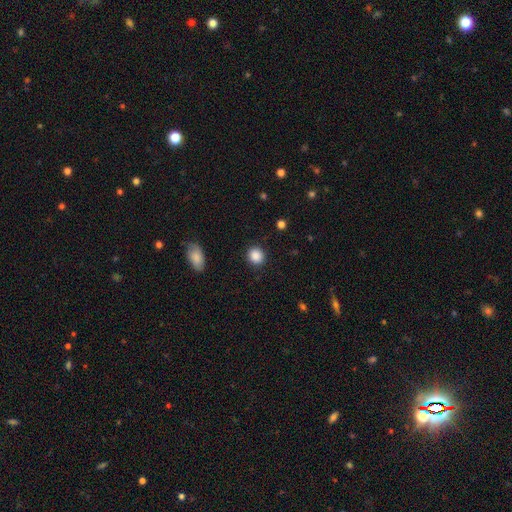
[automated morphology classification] Overall: smooth (88%). How rounded: round (85%). Merging: none (90%).